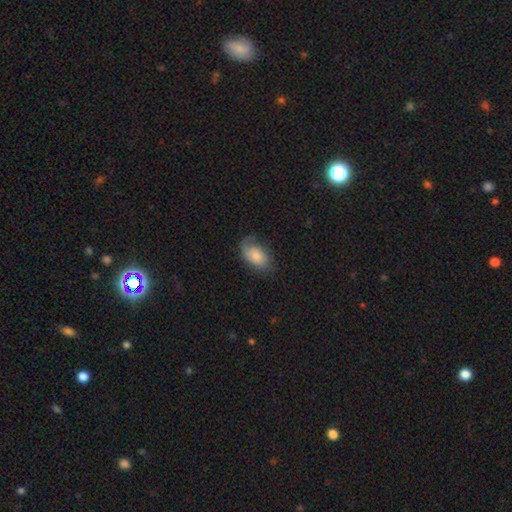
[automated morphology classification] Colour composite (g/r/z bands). It shows a smooth galaxy with no disk features (70%) that is in between round and cigar-shaped (90%). Merging: none (54%).